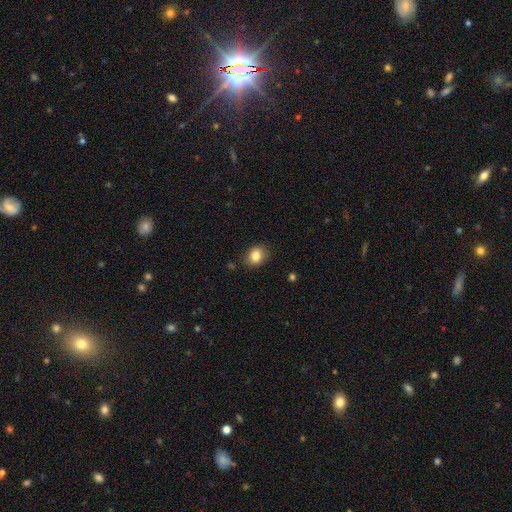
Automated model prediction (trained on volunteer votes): A smooth galaxy with no disk features (84%) that is in between round and cigar-shaped (52%). Merging: none (84%).